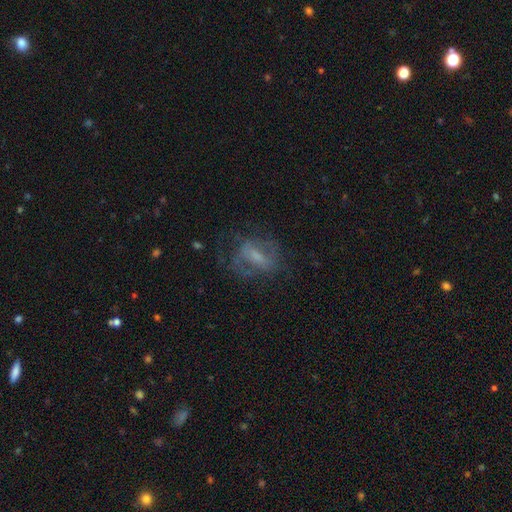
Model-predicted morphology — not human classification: Smooth or featured: featured or disk — 57% (smooth — 31%)
Edge-on disk: no — 93% (yes — 7%)
Bar: weak — 42% (no — 29%)
Spiral arms: yes — 60% (no — 40%)
Bulge size: small — 37% (moderate — 30%)
Merging: none — 56% (major disturbance — 22%)